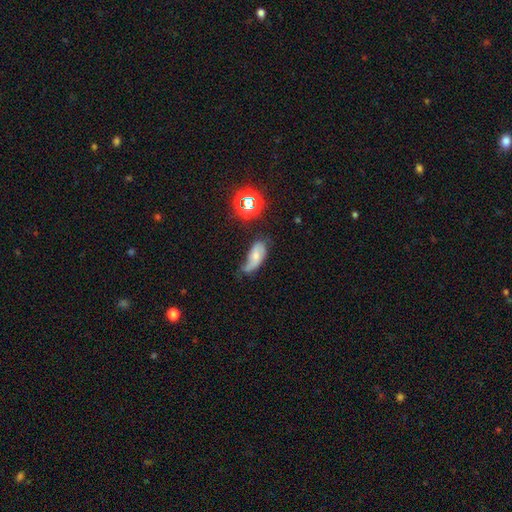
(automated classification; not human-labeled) Q: Smooth or featured?
A: smooth (51%); runner-up: featured or disk (36%)
Q: How rounded?
A: in between (84%); runner-up: cigar-shaped (12%)
Q: Merging?
A: minor disturbance (39%); runner-up: none (31%)